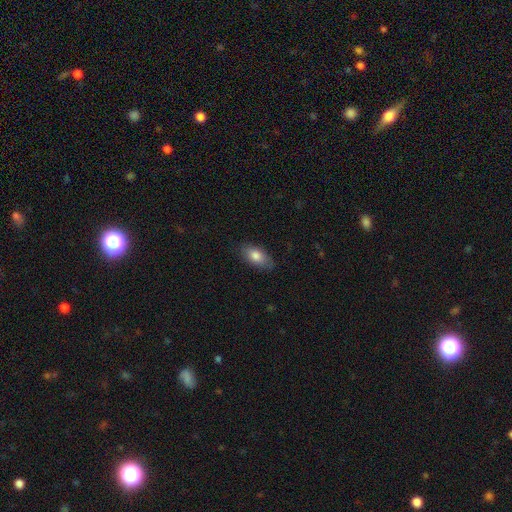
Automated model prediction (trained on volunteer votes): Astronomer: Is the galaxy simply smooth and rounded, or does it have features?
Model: smooth — 81%.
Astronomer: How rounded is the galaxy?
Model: in between — 90%.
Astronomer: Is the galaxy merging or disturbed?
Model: none — 82%.